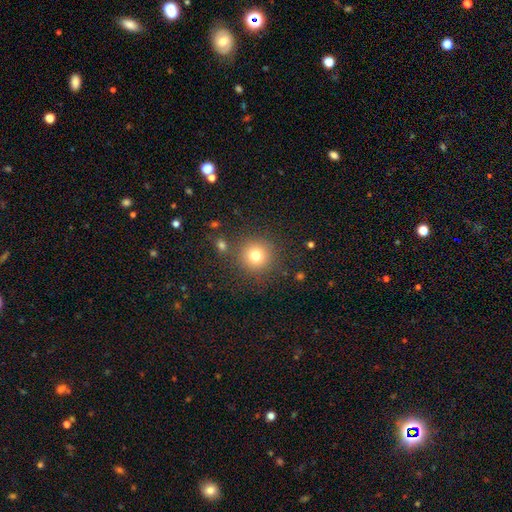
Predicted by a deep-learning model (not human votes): A smooth galaxy with no disk features (78%) that is round (95%).

Vote fractions:
- Smooth or featured? smooth: 78% / star or artifact: 13% / featured or disk: 9%
- How rounded? round: 95% / in between: 4% / cigar-shaped: 1%
- Merging? none: 85% / minor disturbance: 8% / merger: 4% / major disturbance: 3%